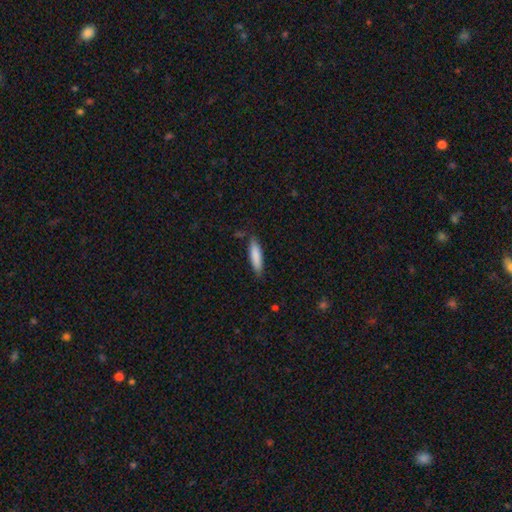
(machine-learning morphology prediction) Smooth or featured: smooth — 85% (featured or disk — 9%)
How rounded: cigar-shaped — 69% (in between — 30%)
Merging: none — 84% (minor disturbance — 12%)